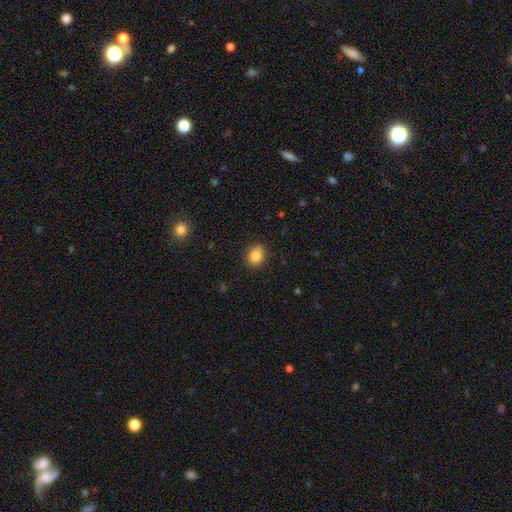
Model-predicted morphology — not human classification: Smooth or featured: smooth — 85% (star or artifact — 10%)
How rounded: round — 59% (in between — 40%)
Merging: none — 85% (minor disturbance — 11%)